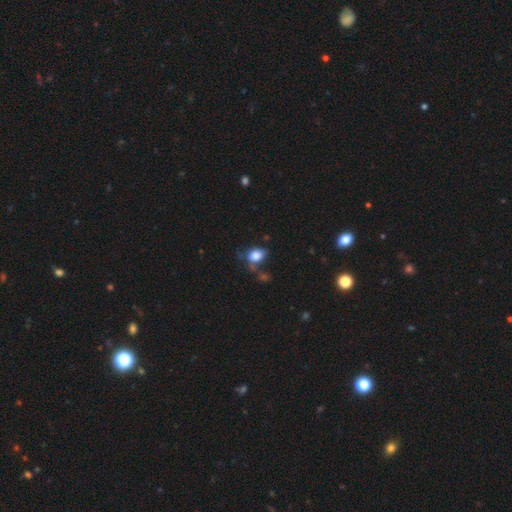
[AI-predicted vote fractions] Smooth or featured?
  - smooth: 82% *
  - star or artifact: 10%
  - featured or disk: 9%
How rounded?
  - in between: 69% *
  - round: 29%
  - cigar-shaped: 1%
Merging?
  - none: 44% *
  - minor disturbance: 26%
  - major disturbance: 18%
  - merger: 13%